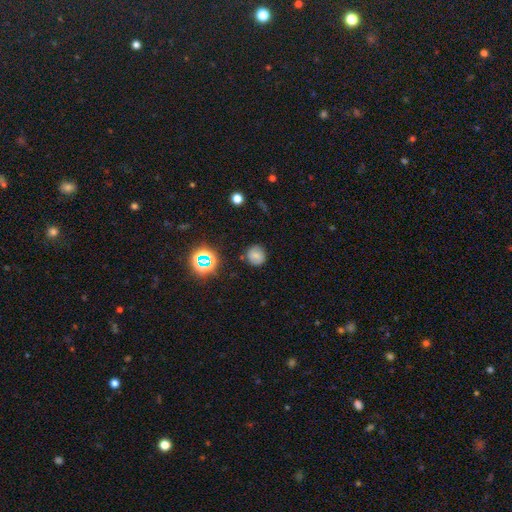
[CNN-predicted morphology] This appears to be a smooth galaxy with no disk features (68%) that is round (88%). Merging: none (84%).